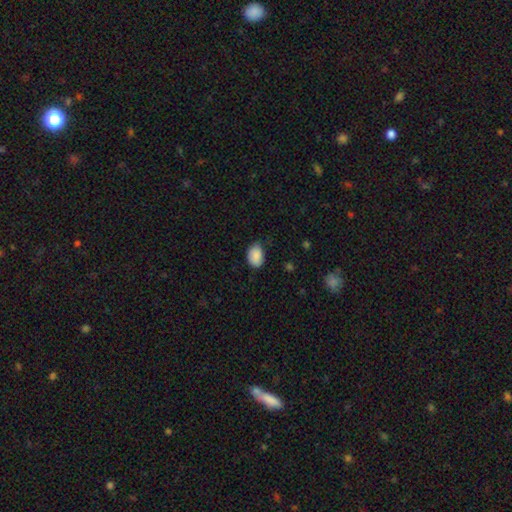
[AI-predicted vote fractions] Smooth or featured?
  - smooth: 88% *
  - star or artifact: 7%
  - featured or disk: 4%
How rounded?
  - in between: 80% *
  - round: 19%
  - cigar-shaped: 1%
Merging?
  - none: 65% *
  - minor disturbance: 30%
  - major disturbance: 5%
  - merger: 1%